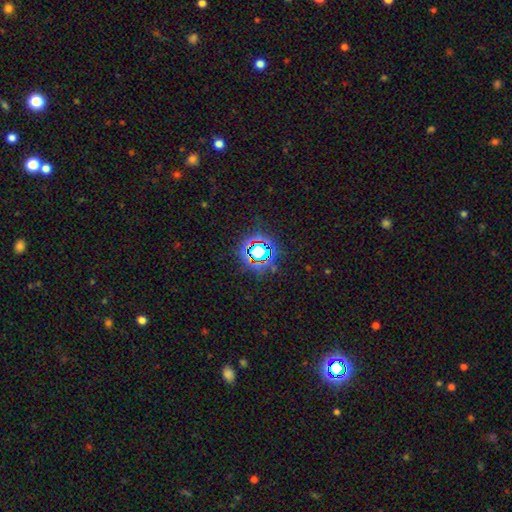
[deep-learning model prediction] Smooth or featured? star or artifact (71%)